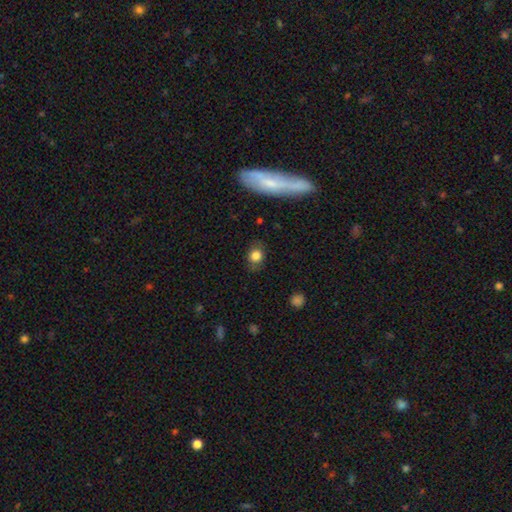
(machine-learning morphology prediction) Q: Smooth or featured?
A: smooth (82%); runner-up: star or artifact (10%)
Q: How rounded?
A: round (56%); runner-up: in between (41%)
Q: Merging?
A: none (78%); runner-up: minor disturbance (16%)